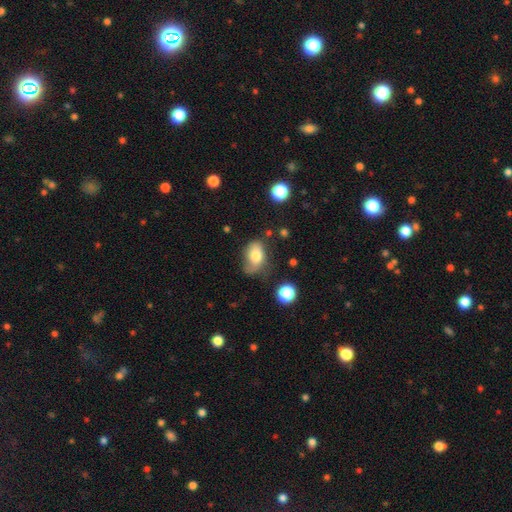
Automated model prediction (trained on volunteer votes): Smooth or featured? Predicted: smooth (p=0.74). How rounded? Predicted: in between (p=0.84). Merging? Predicted: none (p=0.40).